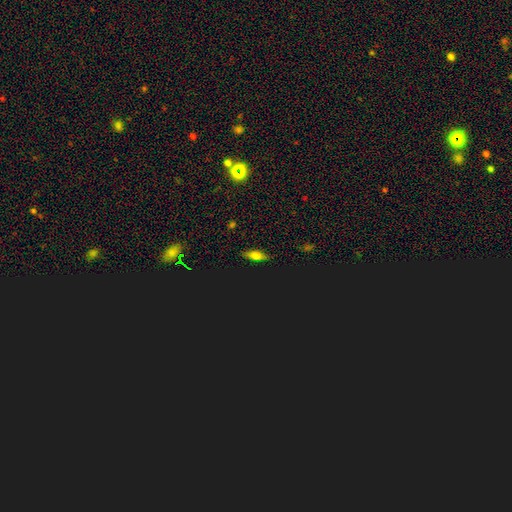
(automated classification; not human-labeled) smooth 53%, star or artifact 25%, featured or disk 22%. Down the decision tree: how rounded — in between (63%); merging — none (86%).